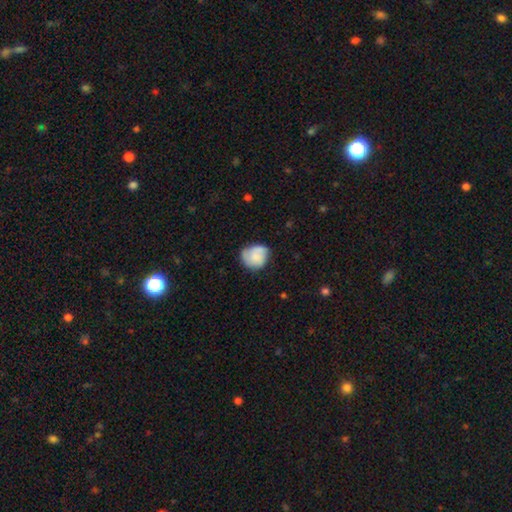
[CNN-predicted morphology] A smooth galaxy with no disk features (60%) that is round (74%). Merging: none (62%).